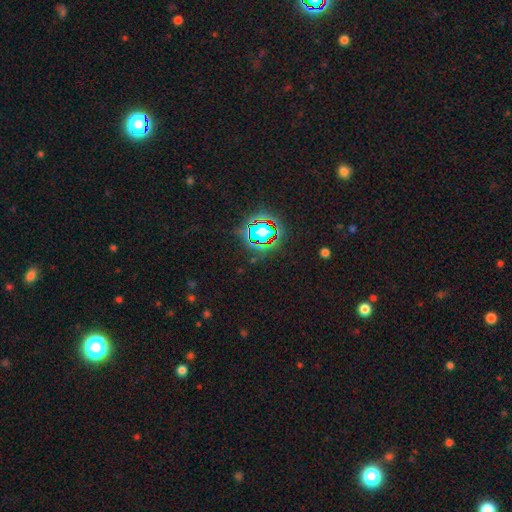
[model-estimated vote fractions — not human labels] star or artifact 79%, smooth 13%, featured or disk 8%.